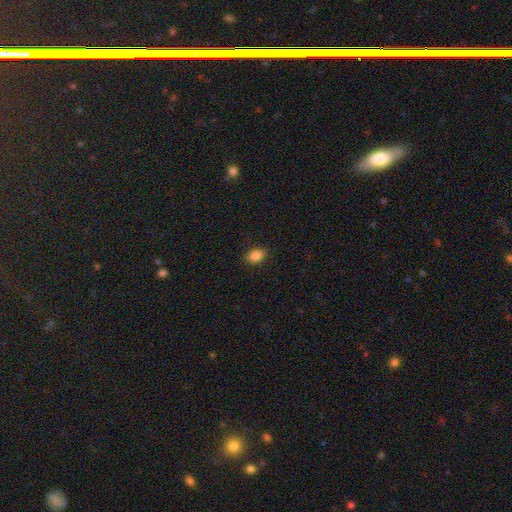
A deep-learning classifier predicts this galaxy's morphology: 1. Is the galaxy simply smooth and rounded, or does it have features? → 86% smooth, 9% star or artifact, 5% featured or disk.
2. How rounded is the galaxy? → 79% in between, 19% round, 2% cigar-shaped.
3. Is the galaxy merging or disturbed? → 88% none, 9% minor disturbance, 2% major disturbance, 1% merger.